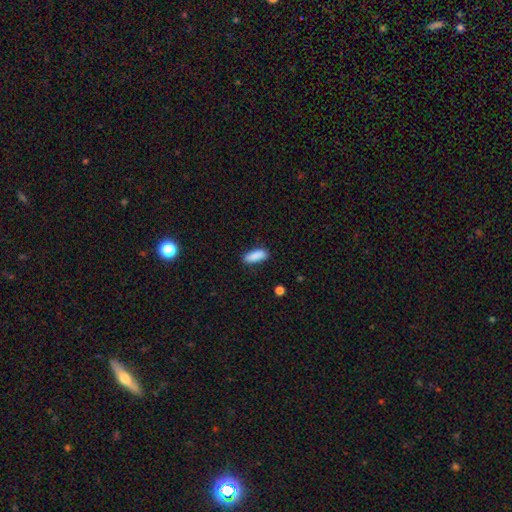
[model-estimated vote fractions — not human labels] Morphology: type=smooth (89%); roundness=in between (65%); merging=none (84%).